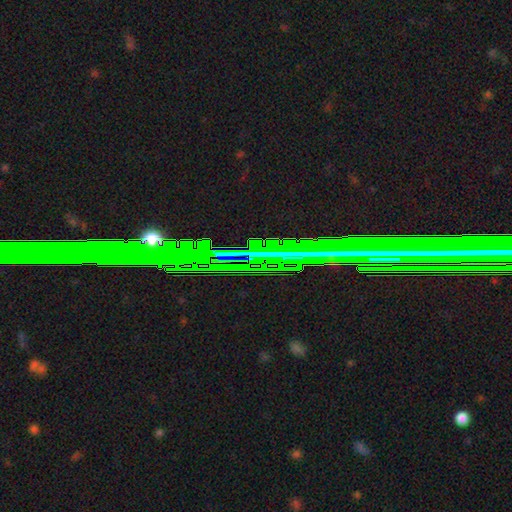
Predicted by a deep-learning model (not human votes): This is likely a star or artifact rather than a galaxy (75%).